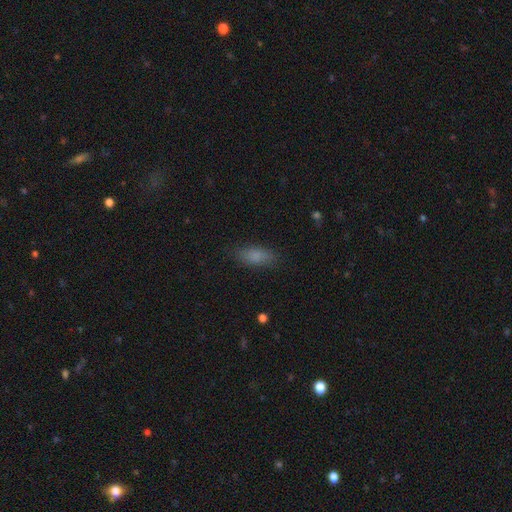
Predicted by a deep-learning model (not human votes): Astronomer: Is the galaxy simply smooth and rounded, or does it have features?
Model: smooth — 83%.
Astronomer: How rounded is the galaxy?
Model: in between — 75%.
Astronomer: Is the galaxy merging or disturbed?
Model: none — 84%.